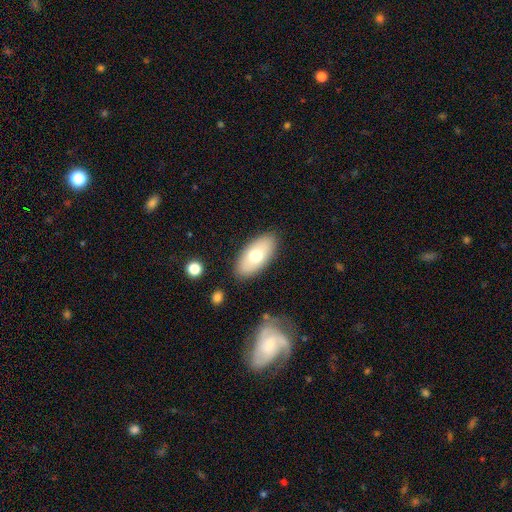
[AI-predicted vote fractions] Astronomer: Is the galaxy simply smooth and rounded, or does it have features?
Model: smooth — 67%.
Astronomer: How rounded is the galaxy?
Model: in between — 92%.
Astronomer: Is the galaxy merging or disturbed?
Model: none — 85%.